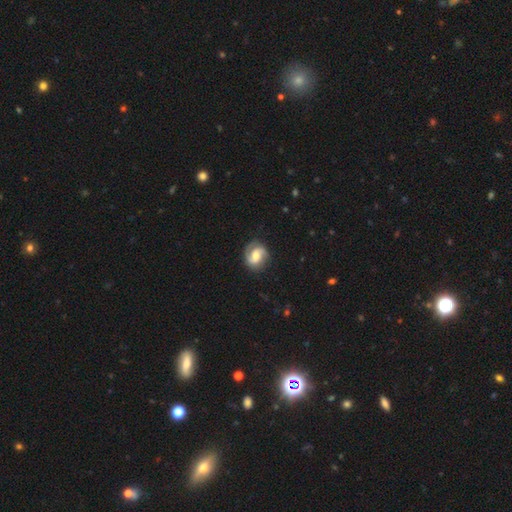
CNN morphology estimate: type=featured or disk (75%); edge-on=no (98%); bar=weak (45%); spiral arms=yes (94%); winding=medium (46%); arm count=2 (86%); bulge=moderate (64%); merging=none (80%).